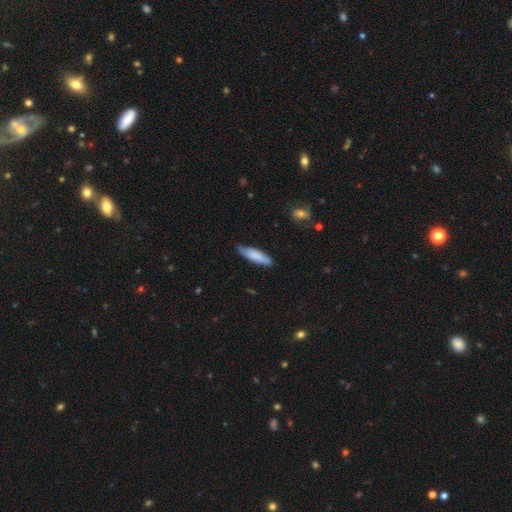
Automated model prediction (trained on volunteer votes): Smooth or featured? smooth (80%)
How rounded? cigar-shaped (61%)
Merging? none (81%)